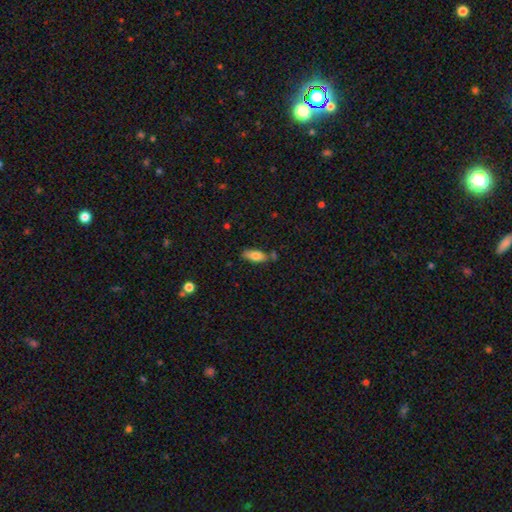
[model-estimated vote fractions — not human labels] A smooth galaxy with no disk features (76%) that is in between round and cigar-shaped (74%).

Vote fractions:
- Smooth or featured? smooth: 76% / featured or disk: 17% / star or artifact: 7%
- How rounded? in between: 74% / cigar-shaped: 23% / round: 2%
- Merging? none: 70% / minor disturbance: 17% / merger: 9% / major disturbance: 4%